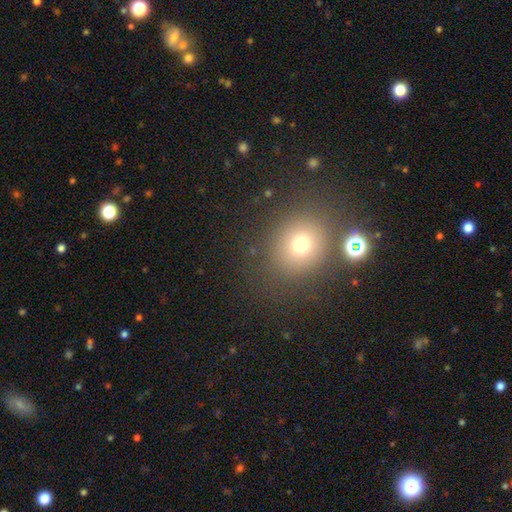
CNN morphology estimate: Smooth or featured?
  - smooth: 60% *
  - star or artifact: 30%
  - featured or disk: 9%
How rounded?
  - round: 78% *
  - in between: 21%
  - cigar-shaped: 1%
Merging?
  - none: 83% *
  - minor disturbance: 7%
  - merger: 6%
  - major disturbance: 4%